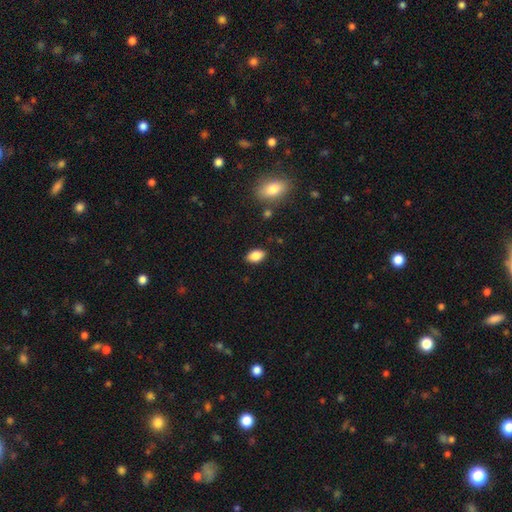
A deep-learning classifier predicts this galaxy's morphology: This appears to be a smooth galaxy with no disk features (86%) that is in between round and cigar-shaped (90%). Merging: none (87%).